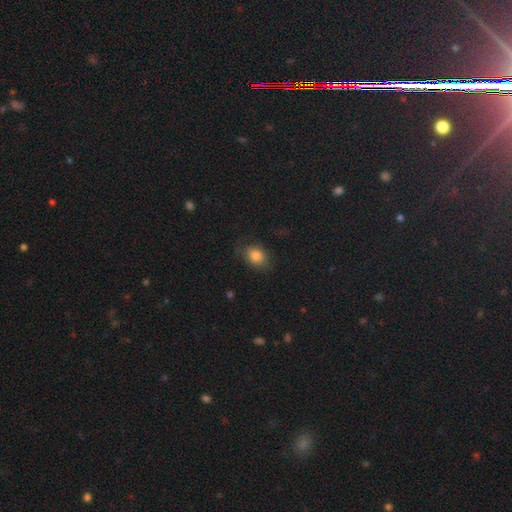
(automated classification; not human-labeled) smooth 83%, star or artifact 10%, featured or disk 7%. Down the decision tree: how rounded — in between (63%); merging — none (74%).